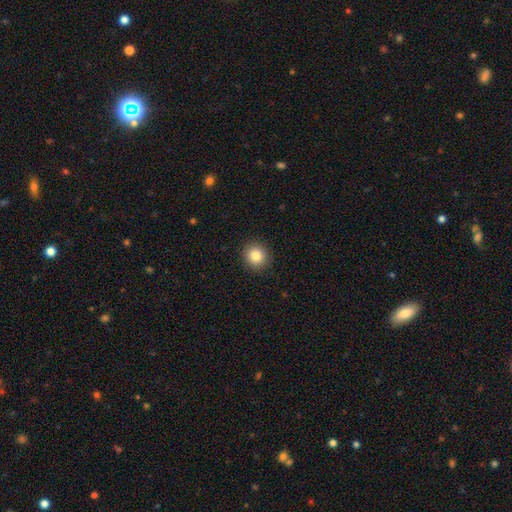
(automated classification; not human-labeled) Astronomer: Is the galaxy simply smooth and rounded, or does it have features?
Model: smooth — 84%.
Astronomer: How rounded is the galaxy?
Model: round — 91%.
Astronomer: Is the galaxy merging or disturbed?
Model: none — 92%.